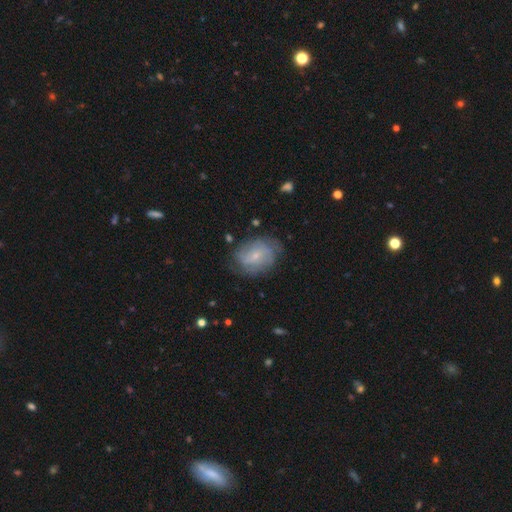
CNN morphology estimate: Overall: featured or disk (61%; smooth 31%). Edge-on disk: no (97%). Bar: no (58%; weak 35%). Spiral arms: yes (83%). Bulge size: small (77%). Merging: none (70%).